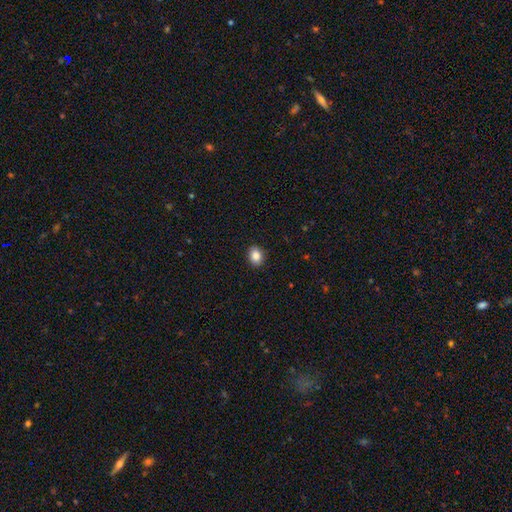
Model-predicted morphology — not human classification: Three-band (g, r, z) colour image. It shows a smooth galaxy with no disk features (86%) that is in between round and cigar-shaped (52%). Merging: none (91%).